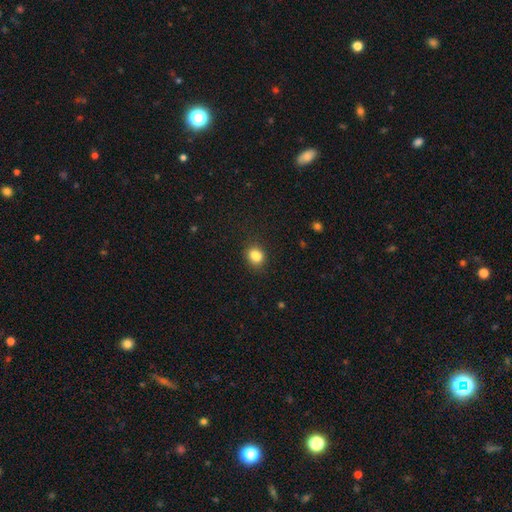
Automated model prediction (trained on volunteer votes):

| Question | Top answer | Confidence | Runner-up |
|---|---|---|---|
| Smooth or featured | smooth | 85% | star or artifact (11%) |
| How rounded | round | 52% | in between (47%) |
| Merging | none | 78% | minor disturbance (15%) |